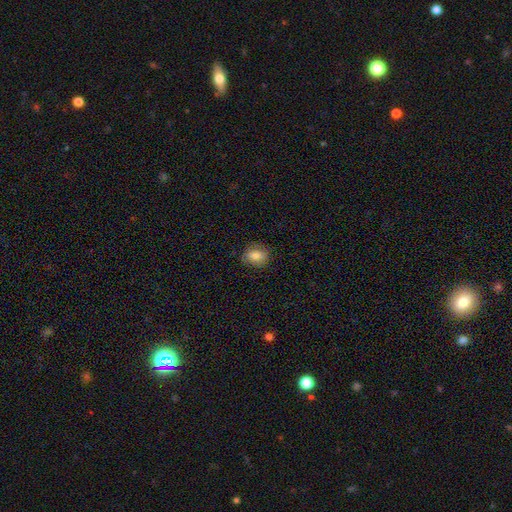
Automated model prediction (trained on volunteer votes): Smooth or featured? smooth (82%)
How rounded? in between (67%)
Merging? none (81%)